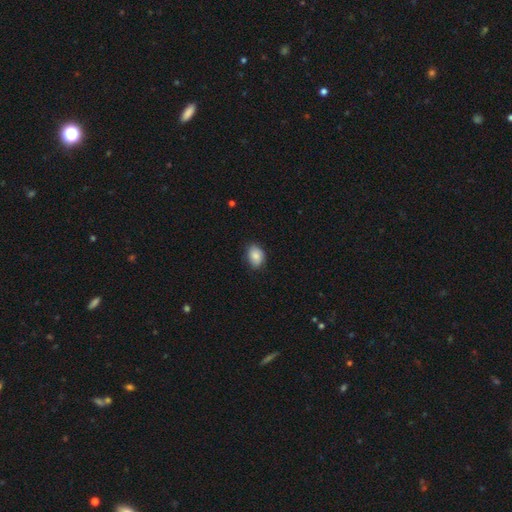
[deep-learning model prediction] Q: Smooth or featured?
A: smooth (84%); runner-up: featured or disk (9%)
Q: How rounded?
A: in between (74%); runner-up: round (25%)
Q: Merging?
A: none (77%); runner-up: minor disturbance (18%)